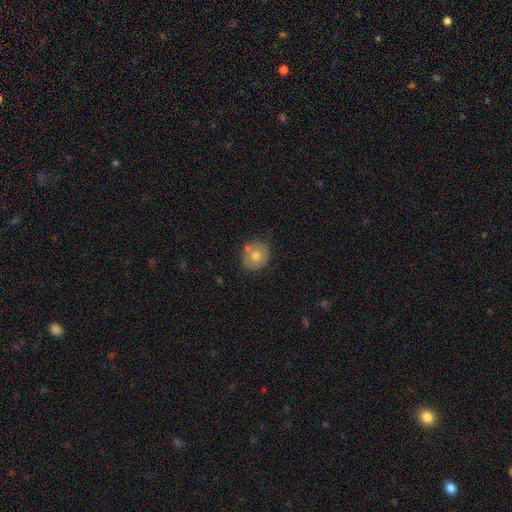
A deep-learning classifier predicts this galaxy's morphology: Smooth or featured?
  - smooth: 71% *
  - featured or disk: 19%
  - star or artifact: 10%
How rounded?
  - round: 79% *
  - in between: 20%
  - cigar-shaped: 1%
Merging?
  - none: 72% *
  - minor disturbance: 13%
  - merger: 12%
  - major disturbance: 3%